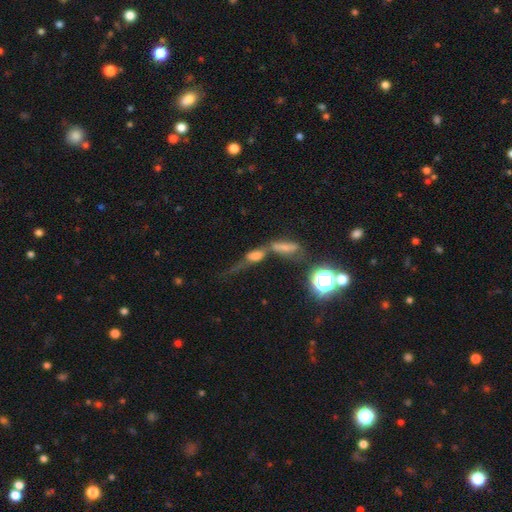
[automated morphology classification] Smooth or featured? Predicted: smooth (p=0.39). Merging? Predicted: merger (p=0.54).